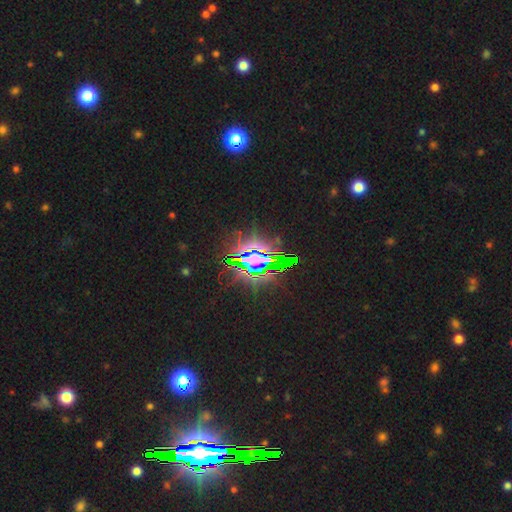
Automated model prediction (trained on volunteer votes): This is likely a star or artifact rather than a galaxy (79%).